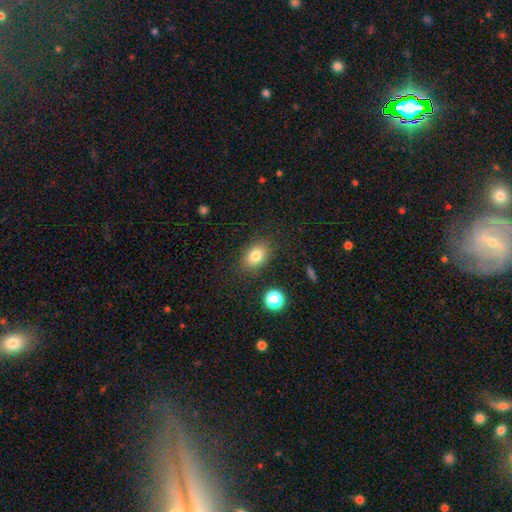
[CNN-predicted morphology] Smooth or featured: smooth — 80% (star or artifact — 11%)
How rounded: in between — 77% (round — 22%)
Merging: none — 84% (minor disturbance — 11%)